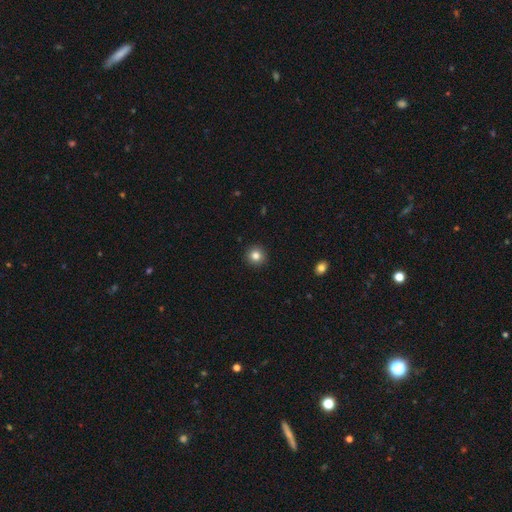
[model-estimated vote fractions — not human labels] A smooth galaxy with no disk features (83%) that is round (94%).

Vote fractions:
- Smooth or featured? smooth: 83% / star or artifact: 11% / featured or disk: 6%
- How rounded? round: 94% / in between: 5% / cigar-shaped: 1%
- Merging? none: 93% / minor disturbance: 5% / major disturbance: 2% / merger: 1%